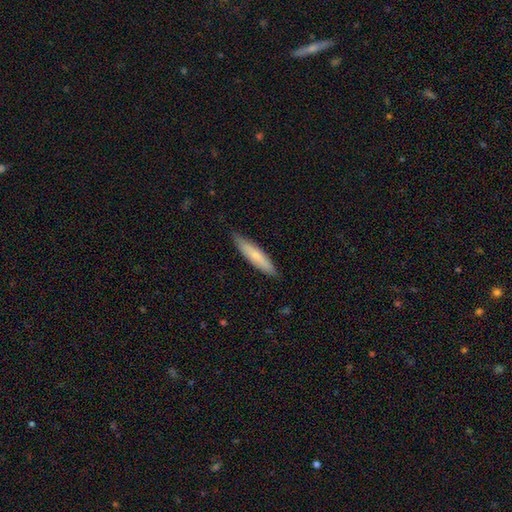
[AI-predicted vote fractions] Smooth or featured?
  - smooth: 69% *
  - featured or disk: 26%
  - star or artifact: 5%
How rounded?
  - cigar-shaped: 84% *
  - in between: 15%
  - round: 1%
Merging?
  - none: 84% *
  - minor disturbance: 13%
  - major disturbance: 2%
  - merger: 1%